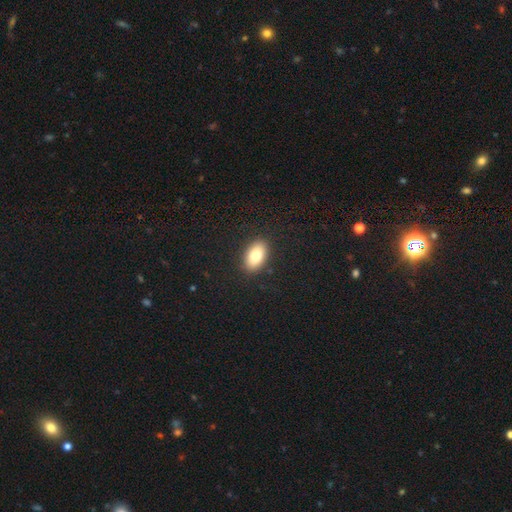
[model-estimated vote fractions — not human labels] This appears to be a smooth galaxy with no disk features (79%) that is in between round and cigar-shaped (91%). Merging: none (89%).